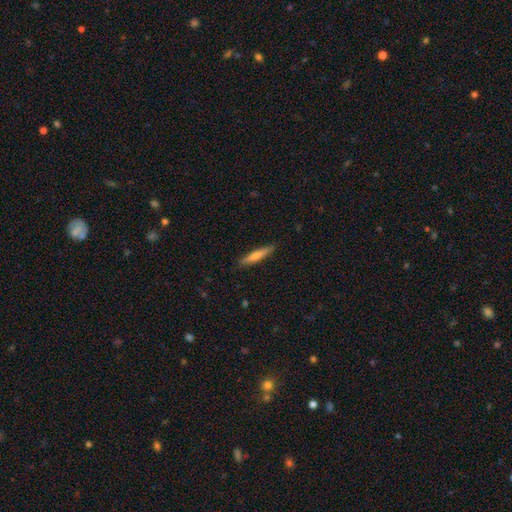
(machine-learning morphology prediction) A smooth galaxy with no disk features (57%) that is cigar-shaped (93%). Merging: none (90%).